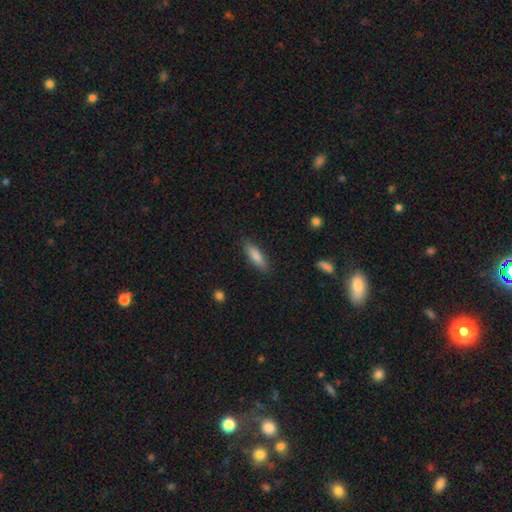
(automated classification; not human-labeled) Smooth or featured? smooth (83%)
How rounded? cigar-shaped (57%)
Merging? none (85%)